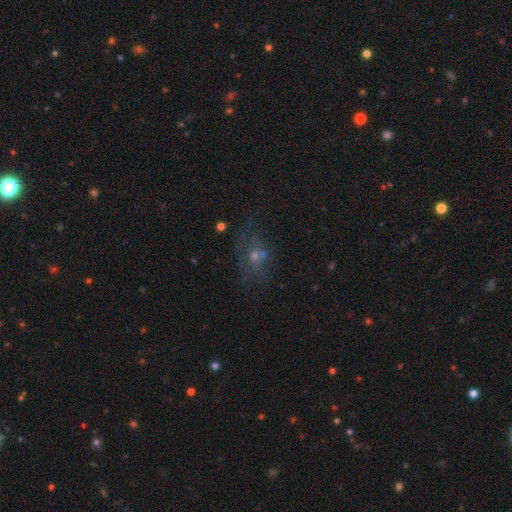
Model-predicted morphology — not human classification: This is marginally a featured or disk galaxy (38%). Merging: possibly none (47%).